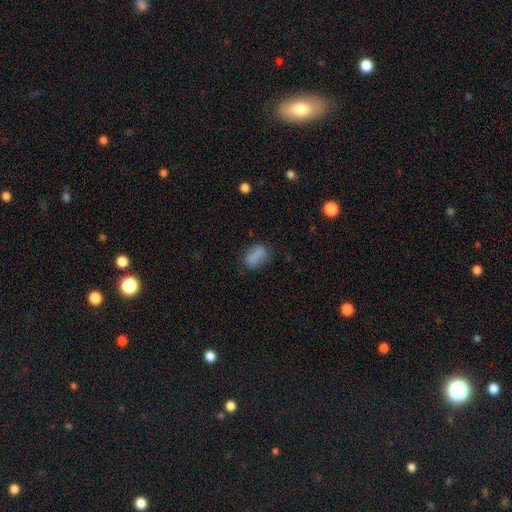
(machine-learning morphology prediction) Q: Smooth or featured?
A: smooth (82%); runner-up: star or artifact (9%)
Q: How rounded?
A: in between (84%); runner-up: round (12%)
Q: Merging?
A: none (72%); runner-up: minor disturbance (19%)